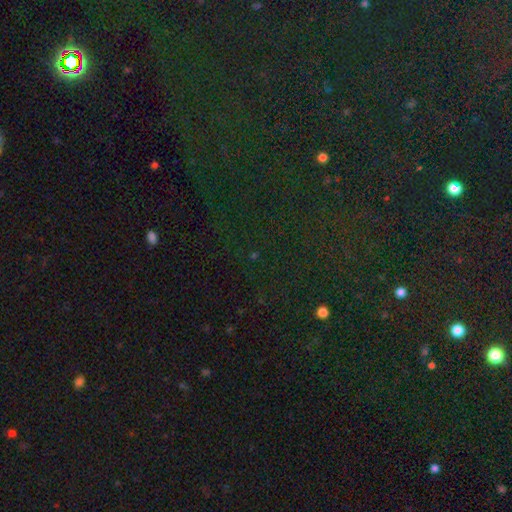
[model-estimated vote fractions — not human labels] Smooth or featured? Predicted: star or artifact (p=0.80).